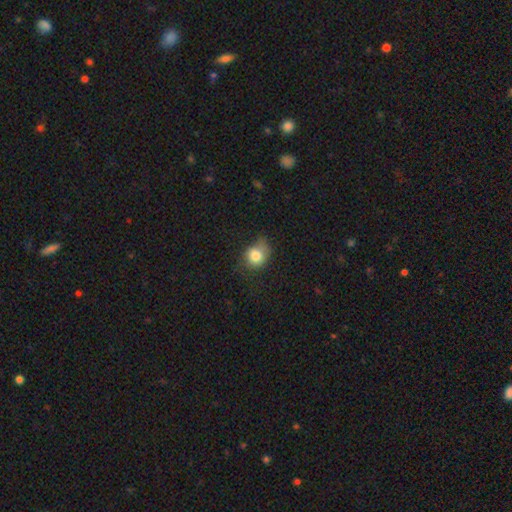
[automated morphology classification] The model was most divided on "merging": none: 49%, minor disturbance: 35%, major disturbance: 14%, merger: 2%. More confident: smooth or featured — smooth (82%); how rounded — round (66%).